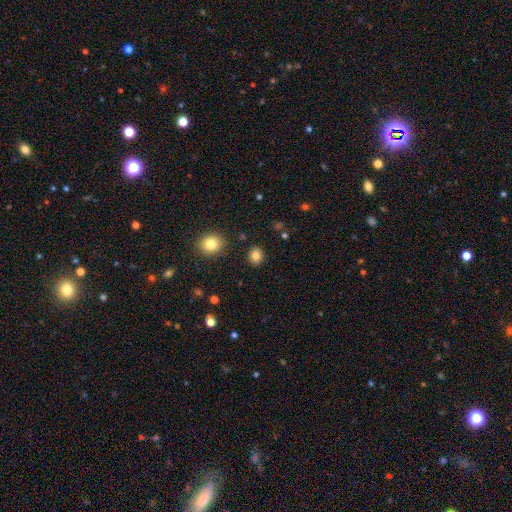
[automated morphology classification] smooth 83%, star or artifact 11%, featured or disk 6%. Down the decision tree: how rounded — round (73%); merging — none (89%).